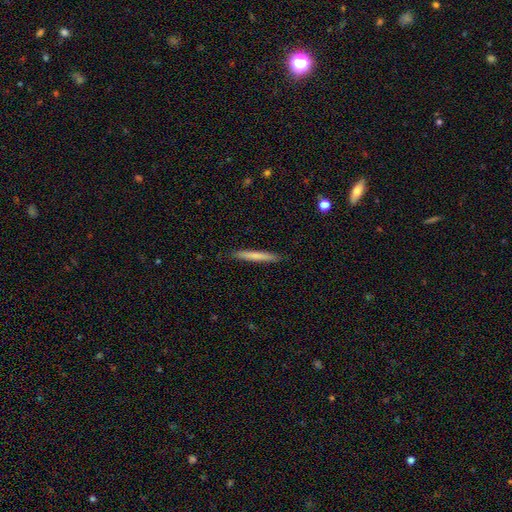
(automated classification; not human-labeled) smooth_or_featured: smooth (p=0.70) [alt: featured or disk p=0.24]
how_rounded: cigar-shaped (p=0.97) [alt: in between p=0.02]
merging: none (p=0.90) [alt: minor disturbance p=0.07]